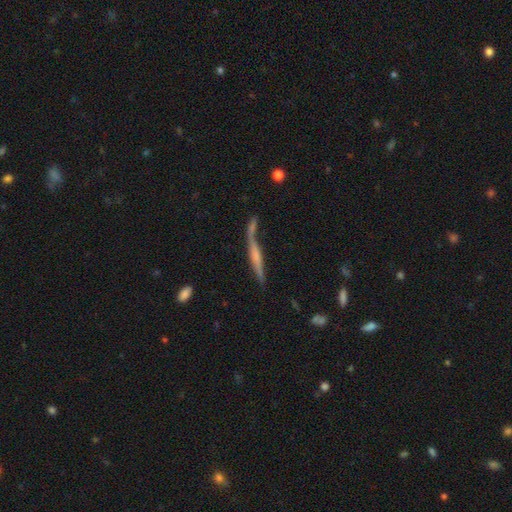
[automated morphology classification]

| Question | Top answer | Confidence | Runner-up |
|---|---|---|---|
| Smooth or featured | featured or disk | 59% | smooth (34%) |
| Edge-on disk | yes | 88% | no (12%) |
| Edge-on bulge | rounded | 42% | none (34%) |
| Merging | none | 46% | merger (21%) |